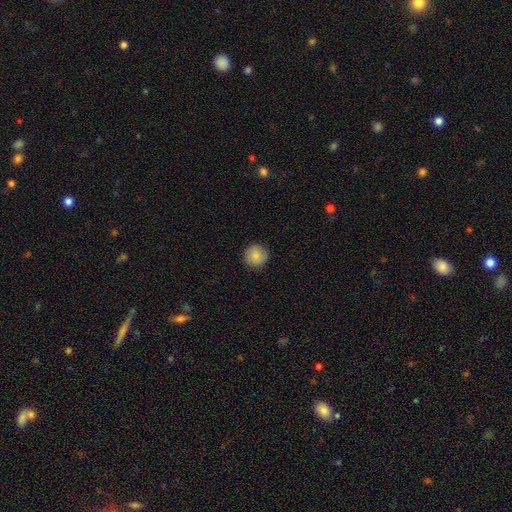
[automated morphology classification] Q: Smooth or featured?
A: smooth (84%); runner-up: featured or disk (8%)
Q: How rounded?
A: round (94%); runner-up: in between (5%)
Q: Merging?
A: none (89%); runner-up: minor disturbance (8%)